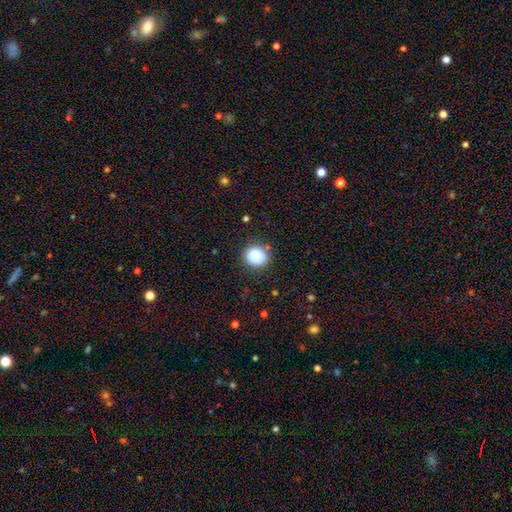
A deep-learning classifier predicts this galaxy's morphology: smooth 84%, star or artifact 9%, featured or disk 6%. Down the decision tree: how rounded — round (86%); merging — none (85%).